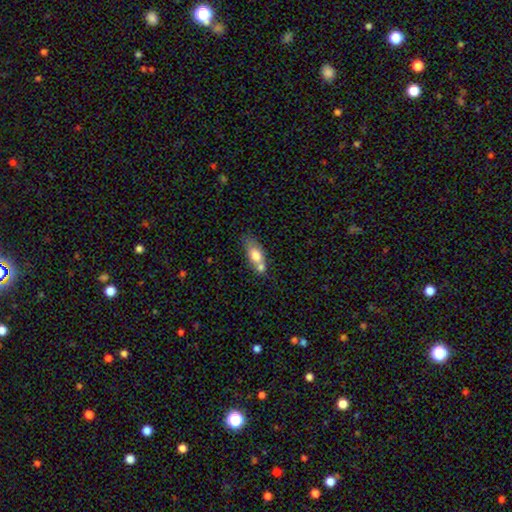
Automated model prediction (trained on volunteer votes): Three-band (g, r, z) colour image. It shows a smooth galaxy with no disk features (71%) that is in between round and cigar-shaped (77%). Merging: merger (43%).